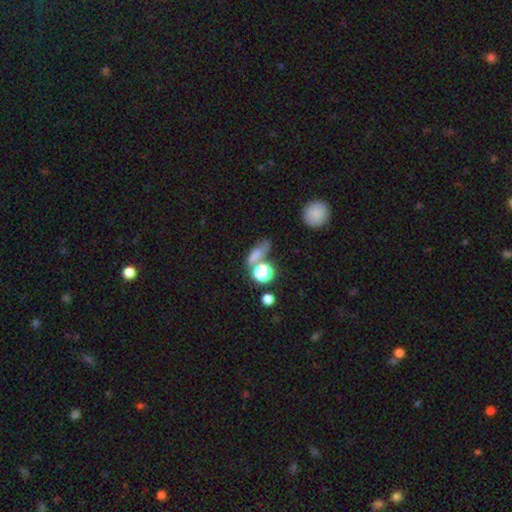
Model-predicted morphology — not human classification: Overall: smooth (62%; star or artifact 24%). How rounded: in between (46%; round 38%). Merging: none (44%; merger 25%).